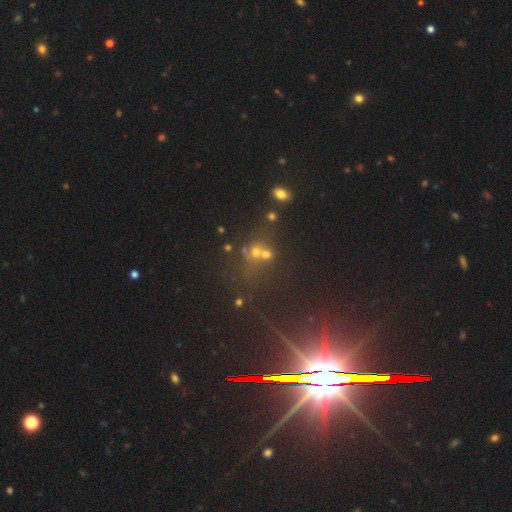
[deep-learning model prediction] A star or artifact, not a galaxy (55%).

Vote fractions:
- Smooth or featured? star or artifact: 55% / smooth: 30% / featured or disk: 15%